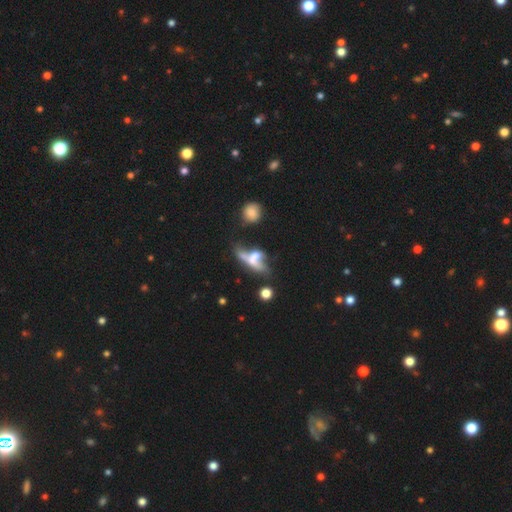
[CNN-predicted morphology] smooth_or_featured: featured or disk (p=0.52) [alt: smooth p=0.37]
disk_edge_on: no (p=0.61) [alt: yes p=0.39]
merging: merger (p=0.40) [alt: none p=0.24]